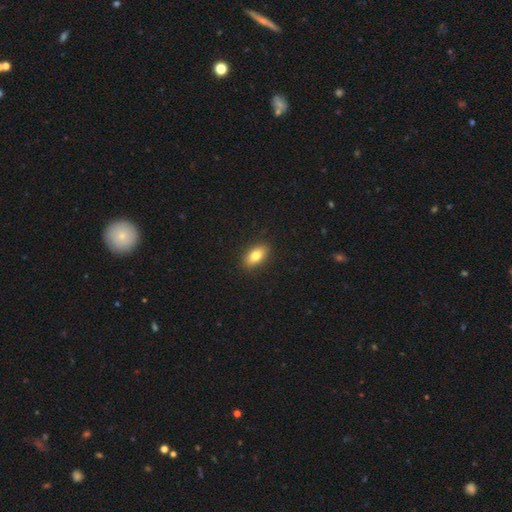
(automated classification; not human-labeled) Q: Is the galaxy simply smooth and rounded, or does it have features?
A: smooth — 80%.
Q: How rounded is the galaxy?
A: in between — 88%.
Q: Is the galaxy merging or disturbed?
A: none — 90%.